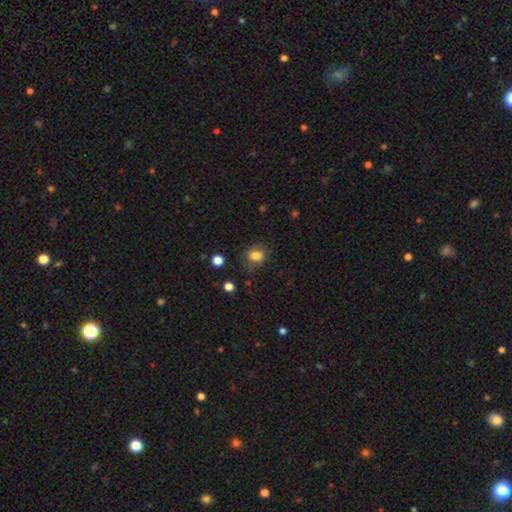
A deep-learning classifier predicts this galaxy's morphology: Overall: smooth (82%). How rounded: round (50%; in between 49%). Merging: none (69%).